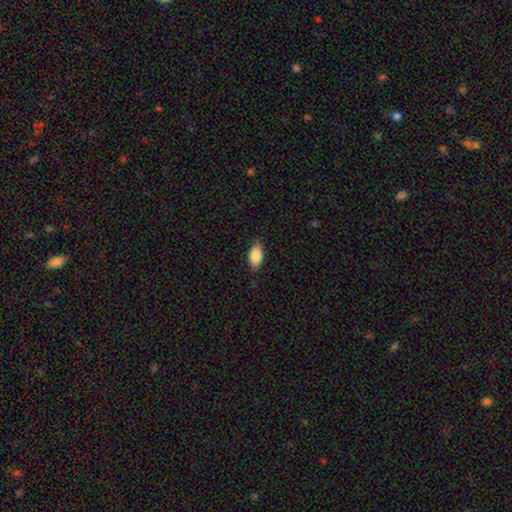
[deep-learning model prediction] The model was most divided on "merging": none: 83%, minor disturbance: 13%, major disturbance: 2%, merger: 1%. More confident: how rounded — in between (92%); smooth or featured — smooth (86%).